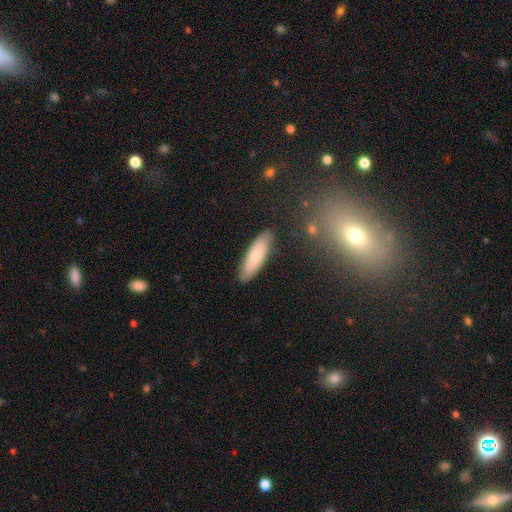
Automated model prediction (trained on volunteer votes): Overall: smooth (74%). How rounded: cigar-shaped (59%; in between 39%). Merging: none (86%).